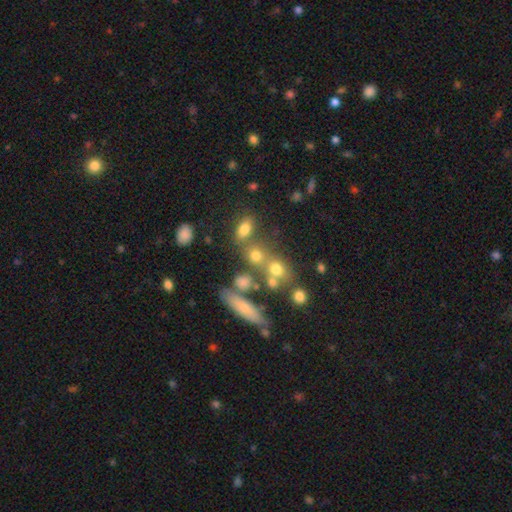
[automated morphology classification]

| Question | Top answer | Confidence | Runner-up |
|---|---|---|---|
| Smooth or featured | smooth | 69% | star or artifact (16%) |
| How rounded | round | 51% | in between (40%) |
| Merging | none | 47% | merger (34%) |